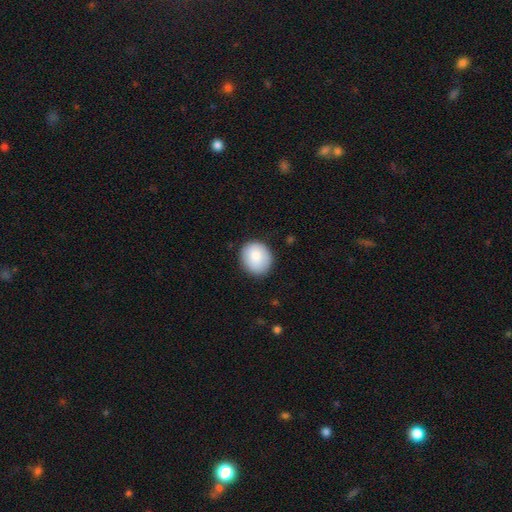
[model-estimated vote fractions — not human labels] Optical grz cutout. It shows a smooth galaxy with no disk features (85%) that is round (78%). Merging: none (86%).